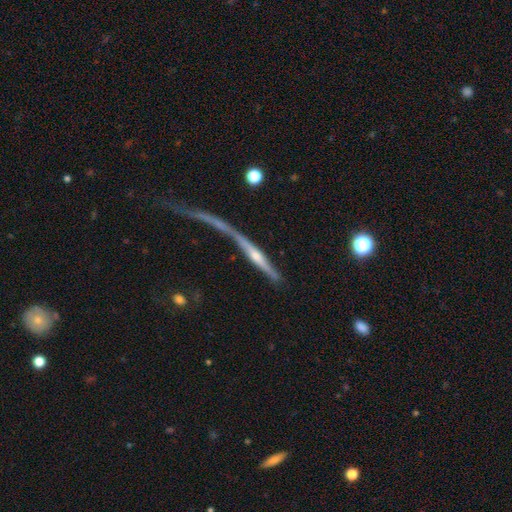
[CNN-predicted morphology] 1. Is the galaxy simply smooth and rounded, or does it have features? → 69% featured or disk, 22% smooth, 9% star or artifact.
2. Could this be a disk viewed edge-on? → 84% yes, 16% no.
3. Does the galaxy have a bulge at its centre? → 72% rounded, 21% none, 7% boxy.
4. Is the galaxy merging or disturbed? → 35% major disturbance, 31% none, 18% minor disturbance, 16% merger.